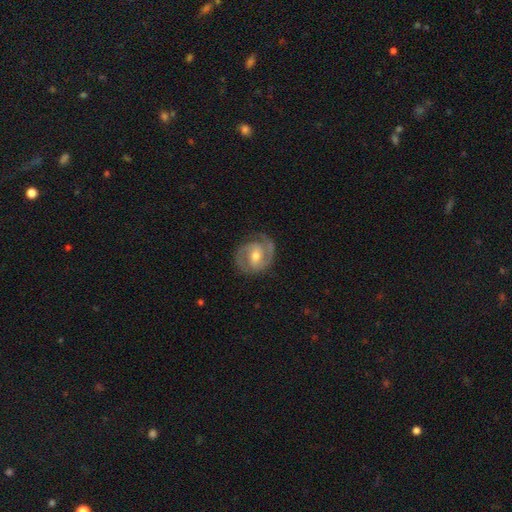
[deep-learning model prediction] featured or disk 88%, smooth 8%, star or artifact 4%. Down the decision tree: edge-on disk — no (98%); bar — weak (49%); spiral arms — yes (97%); spiral arm count — 2 (89%); spiral winding — medium (48%); bulge size — moderate (66%); merging — none (81%).